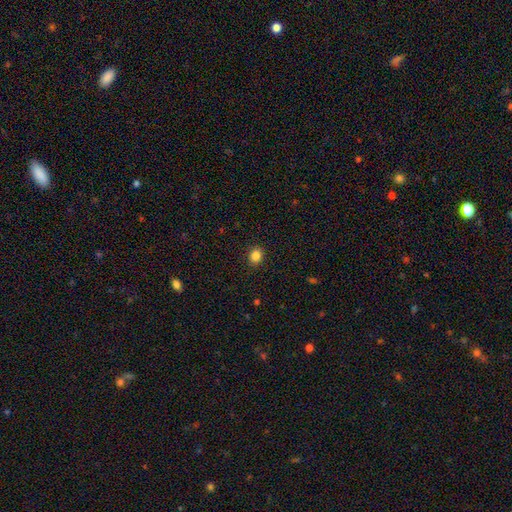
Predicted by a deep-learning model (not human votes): A smooth galaxy with no disk features (85%) that is round (56%).

Vote fractions:
- Smooth or featured? smooth: 85% / star or artifact: 11% / featured or disk: 4%
- How rounded? round: 56% / in between: 43% / cigar-shaped: 1%
- Merging? none: 90% / minor disturbance: 7% / major disturbance: 2% / merger: 1%